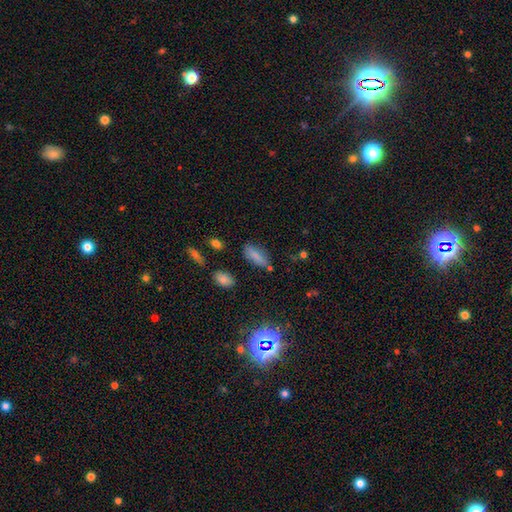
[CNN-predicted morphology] A smooth galaxy with no disk features (80%) that is in between round and cigar-shaped (76%). Merging: none (73%).